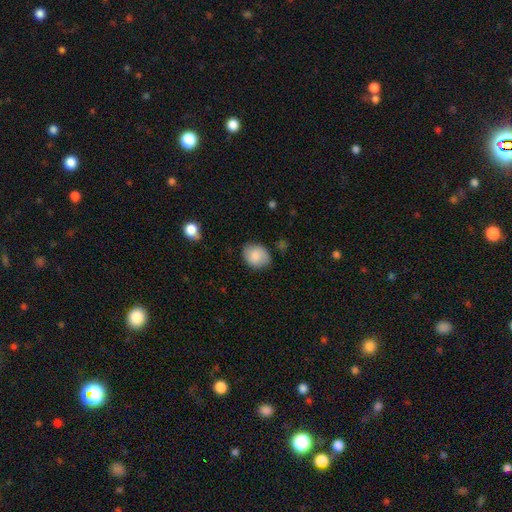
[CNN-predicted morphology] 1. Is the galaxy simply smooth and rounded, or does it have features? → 81% smooth, 12% featured or disk, 8% star or artifact.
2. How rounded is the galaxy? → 51% in between, 48% round, 1% cigar-shaped.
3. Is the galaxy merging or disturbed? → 77% none, 17% minor disturbance, 4% major disturbance, 2% merger.